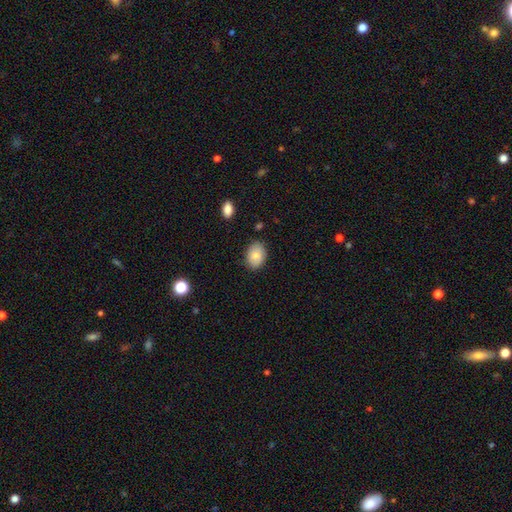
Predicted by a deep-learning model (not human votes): smooth 82%, featured or disk 11%, star or artifact 7%. Down the decision tree: how rounded — in between (80%); merging — none (83%).